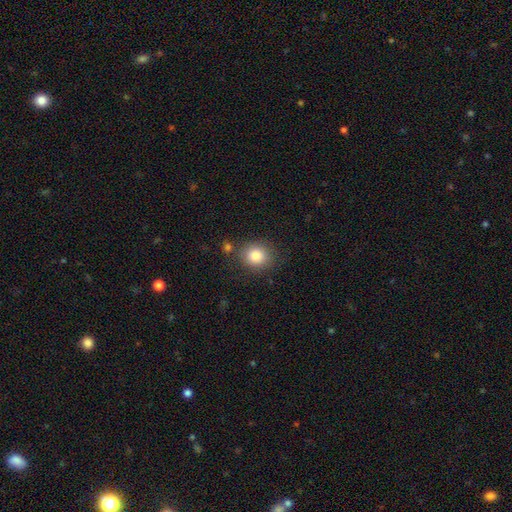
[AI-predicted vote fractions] A smooth galaxy with no disk features (84%) that is round (76%). Merging: none (79%).